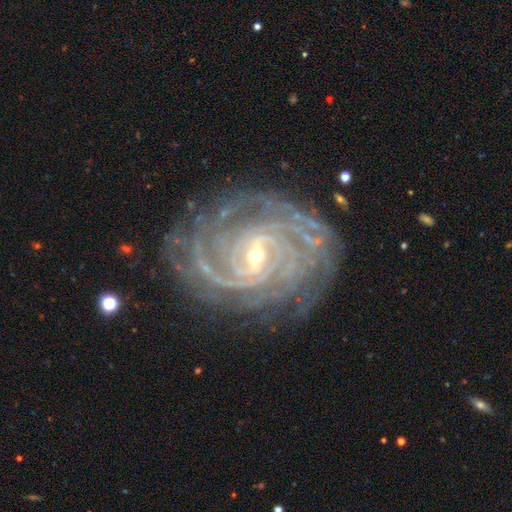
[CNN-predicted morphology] This appears to be a featured or disk galaxy (91%) with a weak bar (49%), can't tell (22%, tied with 4) tight (79%) spiral arms (98%) and a small central bulge (63%). Merging: none (78%).